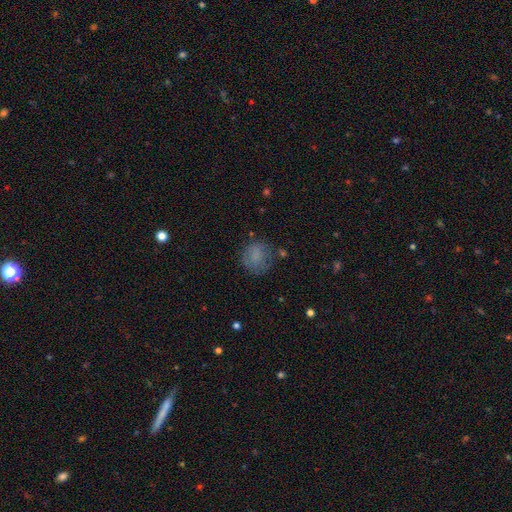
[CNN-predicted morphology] type=smooth (72%); roundness=round (78%); merging=none (66%).